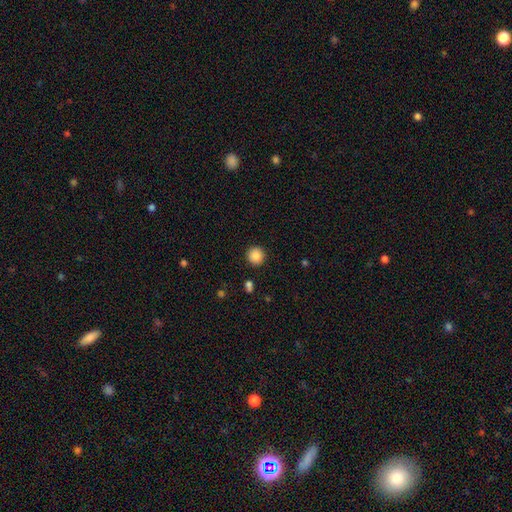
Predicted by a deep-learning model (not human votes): This is clearly a smooth galaxy (87%). How rounded: clearly round (95%). Merging: clearly none (92%).